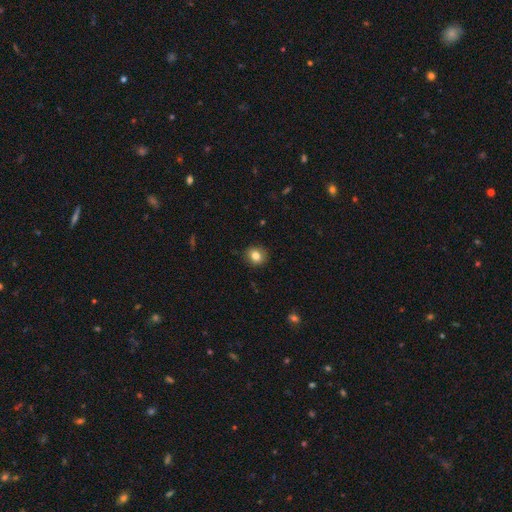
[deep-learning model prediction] This is clearly a smooth galaxy (82%). How rounded: likely round (78%). Merging: clearly none (87%).